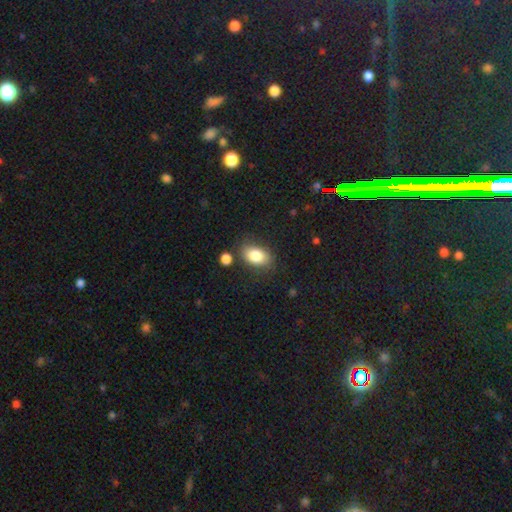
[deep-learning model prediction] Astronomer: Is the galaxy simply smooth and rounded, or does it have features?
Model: smooth — 82%.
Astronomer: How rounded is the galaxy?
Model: in between — 88%.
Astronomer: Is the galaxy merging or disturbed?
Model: none — 77%.